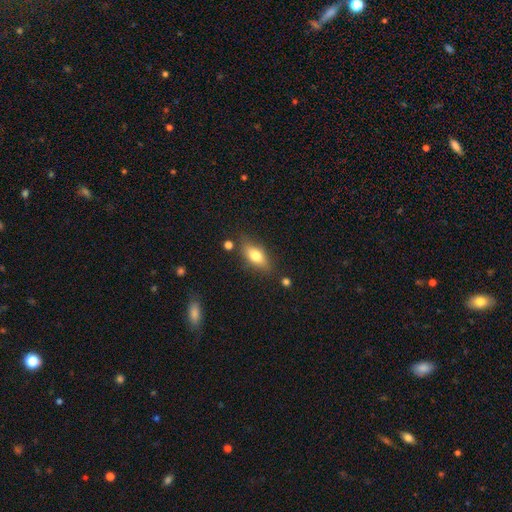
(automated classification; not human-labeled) Q: Smooth or featured?
A: smooth (72%); runner-up: featured or disk (20%)
Q: How rounded?
A: in between (80%); runner-up: cigar-shaped (15%)
Q: Merging?
A: none (77%); runner-up: minor disturbance (16%)